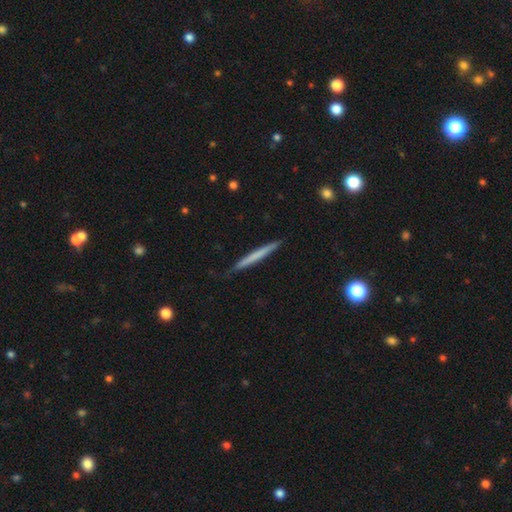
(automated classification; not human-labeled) A smooth galaxy with no disk features (60%) that is cigar-shaped (97%).

Vote fractions:
- Smooth or featured? smooth: 60% / featured or disk: 35% / star or artifact: 5%
- How rounded? cigar-shaped: 97% / in between: 2% / round: 1%
- Merging? none: 87% / minor disturbance: 11% / major disturbance: 2% / merger: 1%